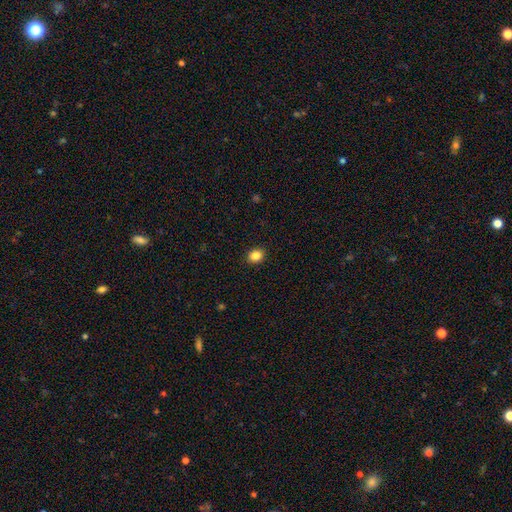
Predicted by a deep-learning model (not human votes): smooth 86%, star or artifact 10%, featured or disk 4%. Down the decision tree: how rounded — round (58%); merging — none (91%).